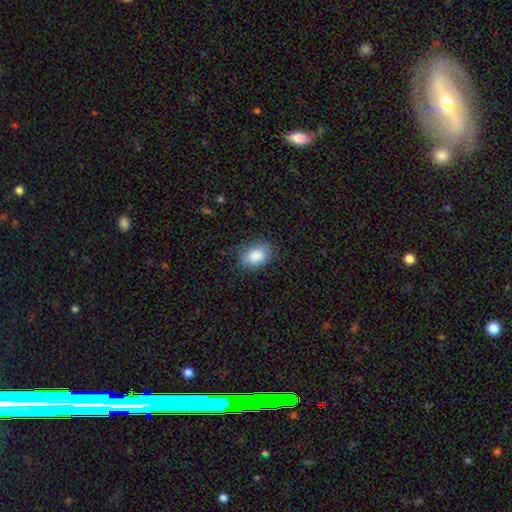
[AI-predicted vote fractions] A smooth galaxy with no disk features (87%) that is in between round and cigar-shaped (79%).

Vote fractions:
- Smooth or featured? smooth: 87% / star or artifact: 7% / featured or disk: 6%
- How rounded? in between: 79% / round: 20% / cigar-shaped: 1%
- Merging? none: 76% / minor disturbance: 18% / major disturbance: 5% / merger: 1%